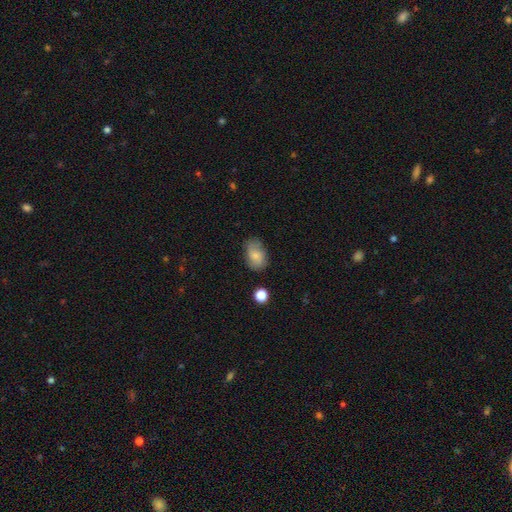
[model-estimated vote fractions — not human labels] The model was most divided on "merging": none: 69%, minor disturbance: 23%, major disturbance: 6%, merger: 2%. More confident: how rounded — in between (86%); smooth or featured — smooth (75%).